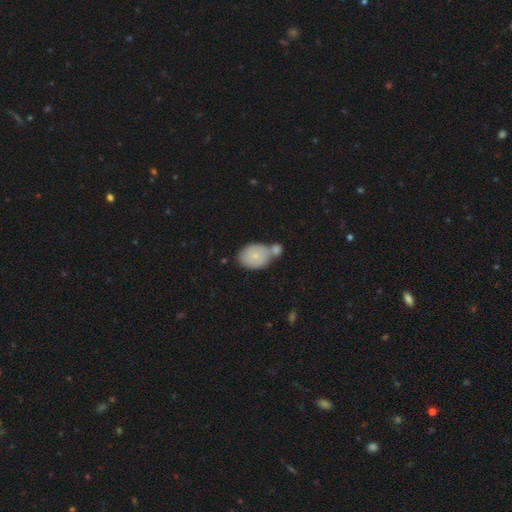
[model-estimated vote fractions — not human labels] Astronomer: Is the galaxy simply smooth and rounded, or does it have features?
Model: smooth — 74%.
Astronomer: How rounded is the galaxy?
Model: in between — 71%.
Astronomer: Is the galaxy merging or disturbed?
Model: merger — 42% (runner-up: none, 40%).